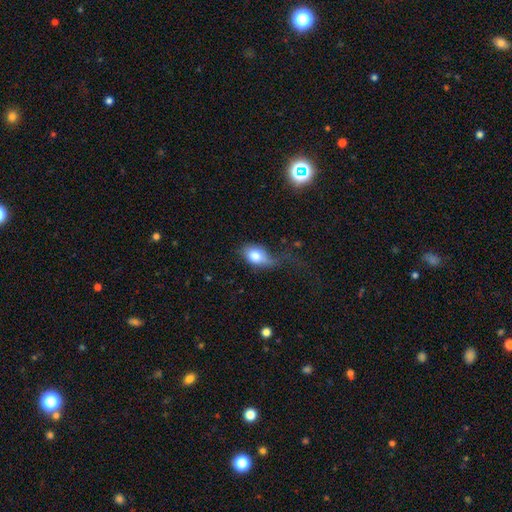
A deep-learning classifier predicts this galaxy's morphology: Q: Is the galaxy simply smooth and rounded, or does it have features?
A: smooth — 76%.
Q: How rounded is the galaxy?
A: in between — 77%.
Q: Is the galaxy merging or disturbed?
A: major disturbance — 35%.